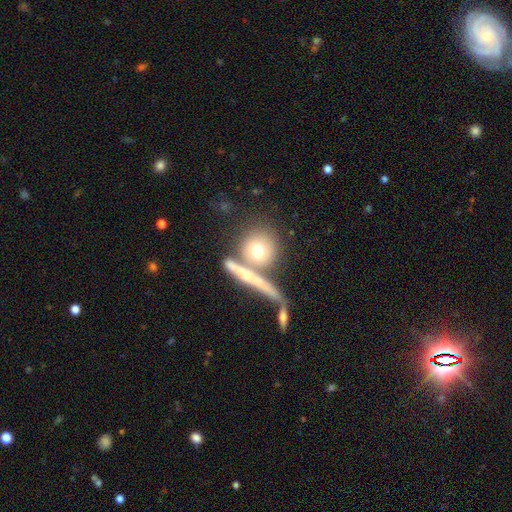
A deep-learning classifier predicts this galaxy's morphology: A smooth galaxy with no disk features (50%).

Vote fractions:
- Smooth or featured? smooth: 50% / featured or disk: 37% / star or artifact: 13%
- Merging? none: 56% / merger: 26% / minor disturbance: 11% / major disturbance: 6%